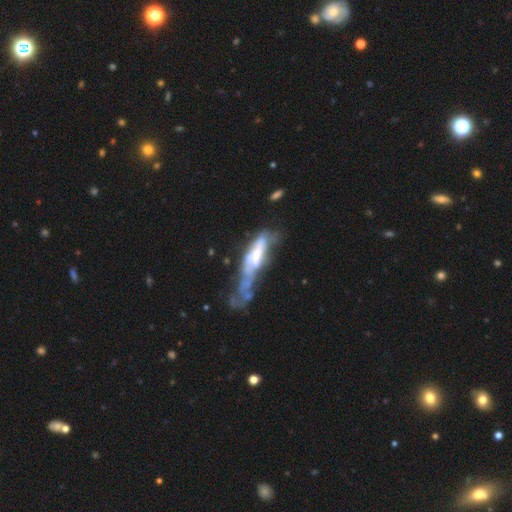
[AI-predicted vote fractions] Q: Smooth or featured?
A: featured or disk (59%); runner-up: smooth (33%)
Q: Edge-on disk?
A: no (69%); runner-up: yes (31%)
Q: Merging?
A: major disturbance (45%); runner-up: merger (26%)